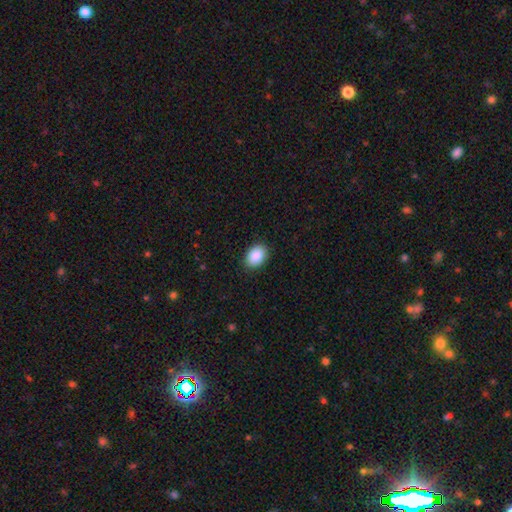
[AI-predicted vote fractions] smooth_or_featured: smooth (p=0.89) [alt: star or artifact p=0.07]
how_rounded: in between (p=0.79) [alt: round p=0.20]
merging: none (p=0.90) [alt: minor disturbance p=0.08]